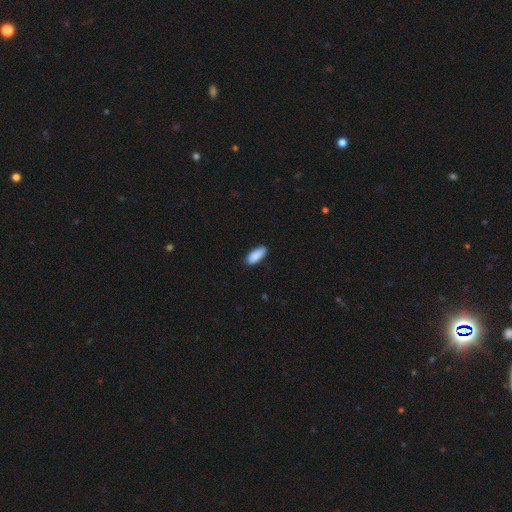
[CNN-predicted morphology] type=smooth (90%); roundness=in between (77%); merging=none (86%).